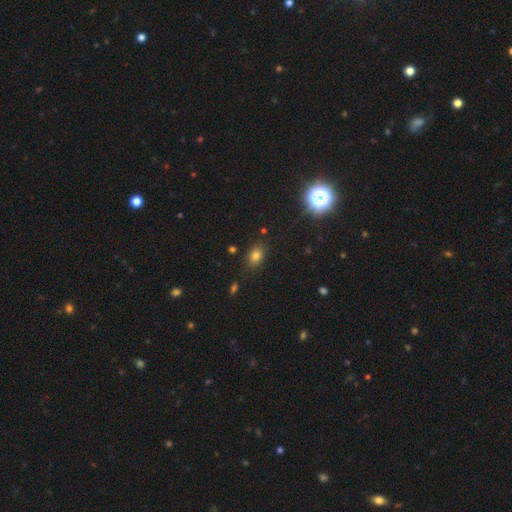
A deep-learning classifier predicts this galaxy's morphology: Overall: smooth (75%). How rounded: in between (68%; round 31%). Merging: none (83%).